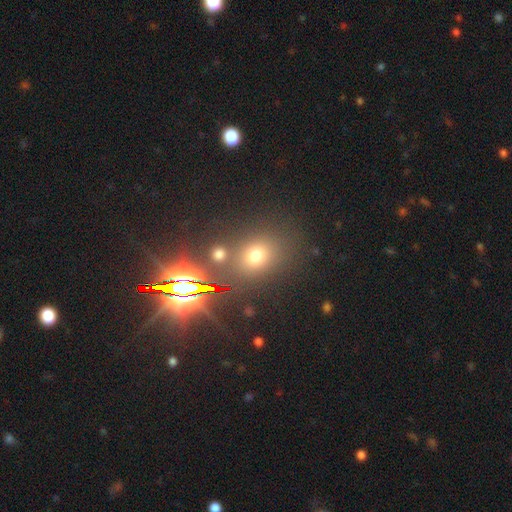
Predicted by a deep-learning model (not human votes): This appears to be a smooth galaxy with no disk features (60%) that is round (57%). Merging: none (75%).